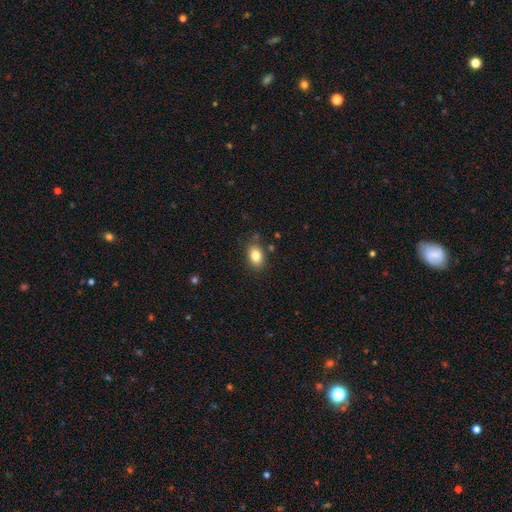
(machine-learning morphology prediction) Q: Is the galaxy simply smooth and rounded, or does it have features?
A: smooth — 83%.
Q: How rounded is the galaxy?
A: in between — 78%.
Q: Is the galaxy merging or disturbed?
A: none — 81%.